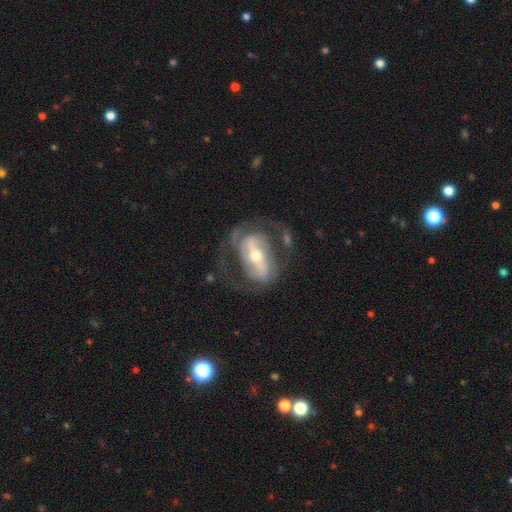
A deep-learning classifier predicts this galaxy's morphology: Smooth or featured? Predicted: featured or disk (p=0.85). Edge-on disk? Predicted: no (p=0.94). Bar? Predicted: strong (p=0.64). Spiral arms? Predicted: yes (p=0.83). Spiral winding? Predicted: medium (p=0.47). Spiral arm count? Predicted: 2 (p=0.82). Bulge size? Predicted: moderate (p=0.57). Merging? Predicted: none (p=0.59).